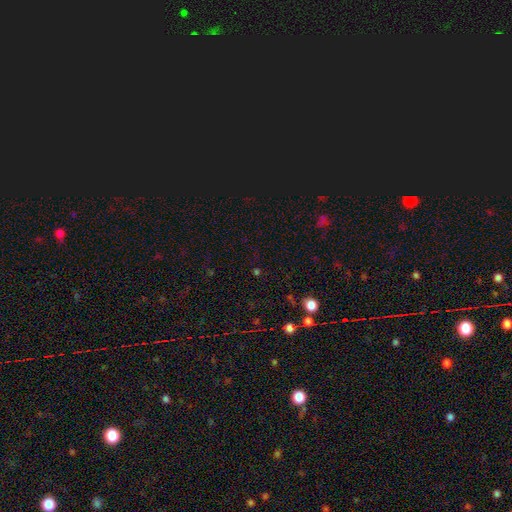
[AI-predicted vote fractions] smooth_or_featured: star or artifact (p=0.62) [alt: smooth p=0.31]